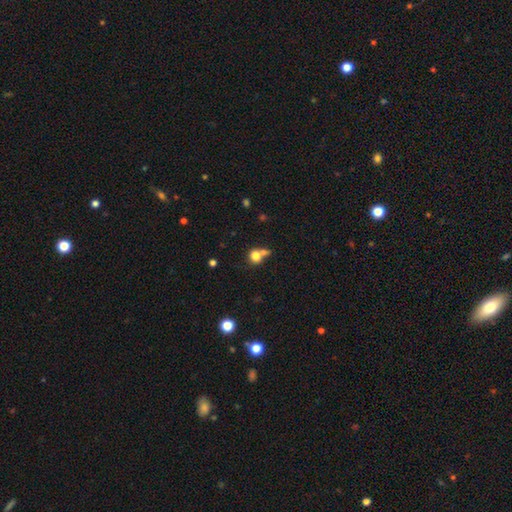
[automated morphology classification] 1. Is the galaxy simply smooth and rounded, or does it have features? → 77% smooth, 12% star or artifact, 11% featured or disk.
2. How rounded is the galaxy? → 72% round, 27% in between, 1% cigar-shaped.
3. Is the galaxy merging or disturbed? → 46% merger, 37% none, 10% minor disturbance, 6% major disturbance.